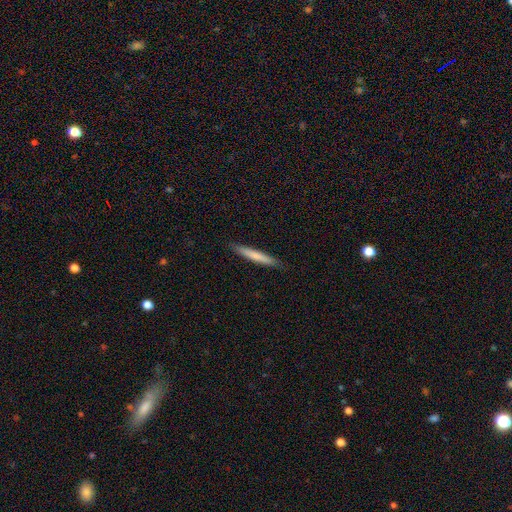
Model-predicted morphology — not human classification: This appears to be a smooth galaxy with no disk features (71%) that is cigar-shaped (95%). Merging: none (89%).